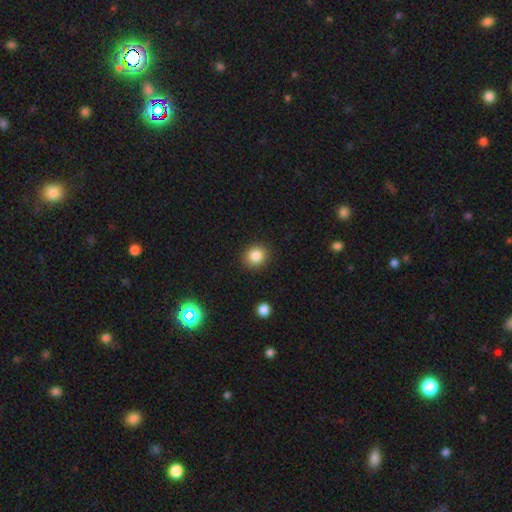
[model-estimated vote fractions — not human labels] Morphology: type=smooth (85%); roundness=round (79%); merging=none (90%).